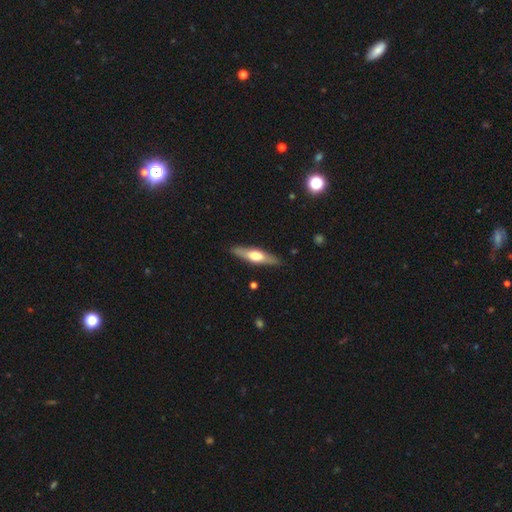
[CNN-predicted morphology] A featured or disk galaxy (49%). Merging: none (88%).